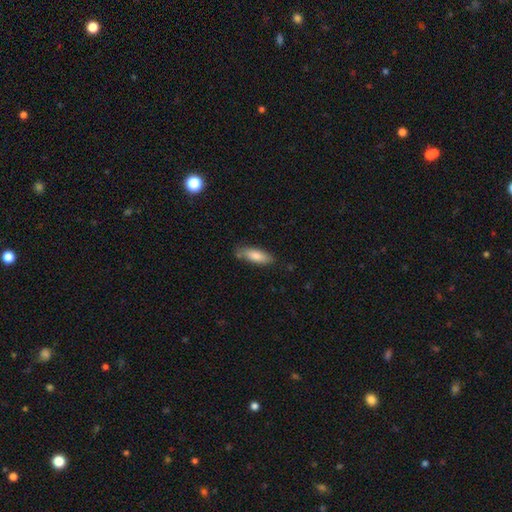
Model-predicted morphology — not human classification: type=smooth (78%); roundness=in between (54%); merging=none (77%).